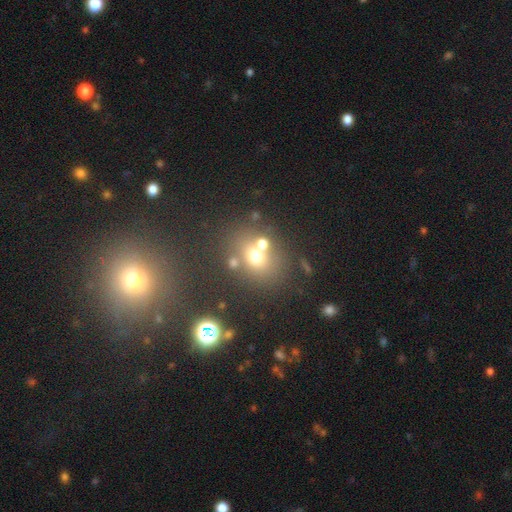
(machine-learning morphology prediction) Smooth or featured: smooth — 63% (star or artifact — 19%)
How rounded: round — 66% (in between — 33%)
Merging: none — 54% (merger — 29%)